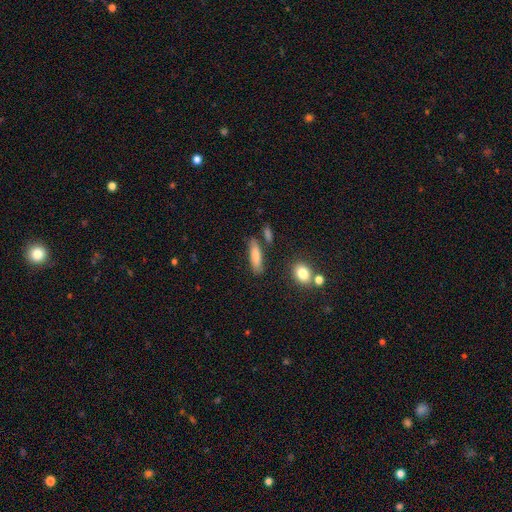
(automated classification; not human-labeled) smooth 80%, featured or disk 12%, star or artifact 8%. Down the decision tree: how rounded — cigar-shaped (65%); merging — none (75%).